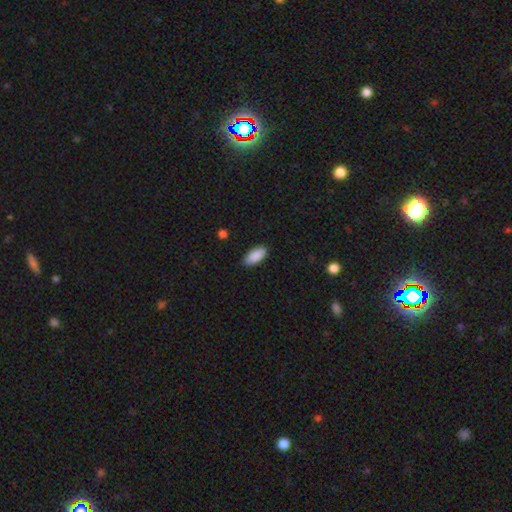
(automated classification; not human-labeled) This is clearly a smooth galaxy (90%). How rounded: clearly in between (88%). Merging: clearly none (88%).